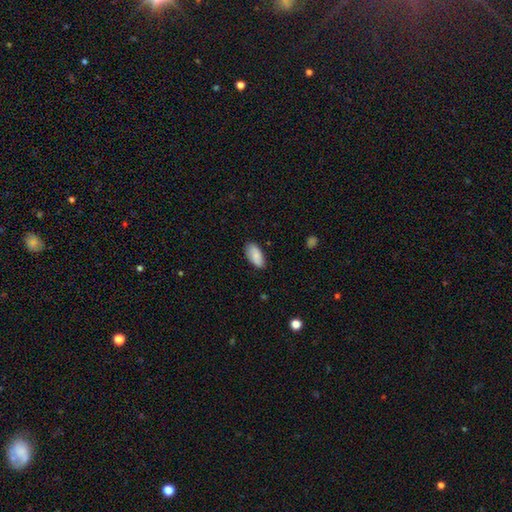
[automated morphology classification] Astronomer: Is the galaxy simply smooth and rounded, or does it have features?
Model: smooth — 86%.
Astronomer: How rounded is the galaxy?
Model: in between — 93%.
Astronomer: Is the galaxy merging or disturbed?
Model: none — 81%.